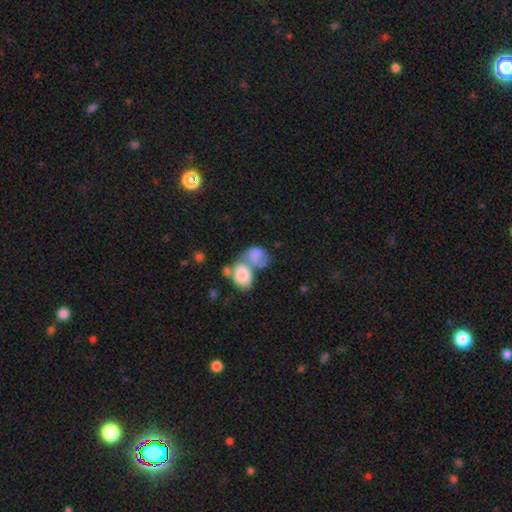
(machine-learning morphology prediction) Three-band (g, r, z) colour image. It shows a smooth galaxy with no disk features (72%) that is in between round and cigar-shaped (73%). Merging: merger (67%).